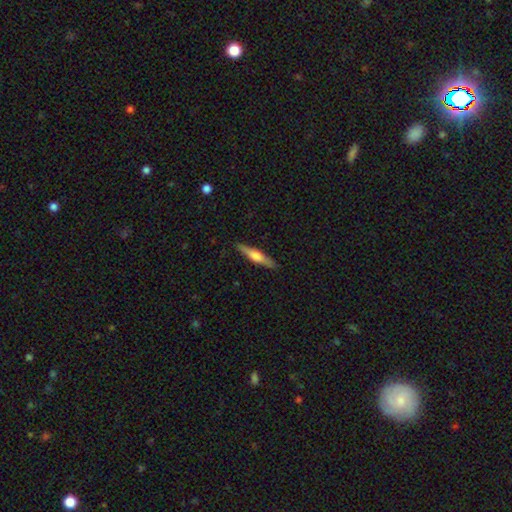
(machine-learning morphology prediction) smooth-or-featured: featured or disk: 60% | smooth: 34% | star or artifact: 6%
  disk-edge-on: yes: 97% | no: 3%
    edge-on-bulge: rounded: 83% | boxy: 13% | none: 5%
  merging: none: 90% | minor disturbance: 8% | major disturbance: 2% | merger: 1%